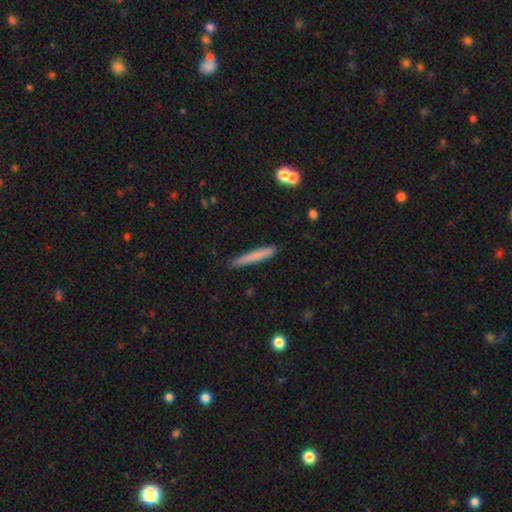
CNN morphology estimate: Overall: smooth (73%). How rounded: cigar-shaped (96%). Merging: none (89%).